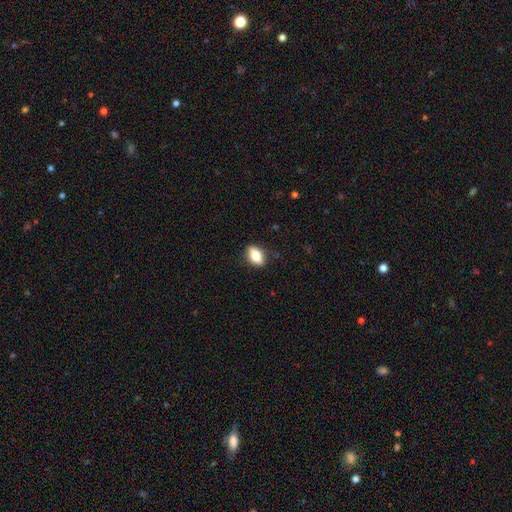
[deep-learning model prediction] A smooth galaxy with no disk features (74%) that is in between round and cigar-shaped (83%).

Vote fractions:
- Smooth or featured? smooth: 74% / featured or disk: 19% / star or artifact: 8%
- How rounded? in between: 83% / round: 10% / cigar-shaped: 7%
- Merging? none: 86% / minor disturbance: 10% / major disturbance: 2% / merger: 1%